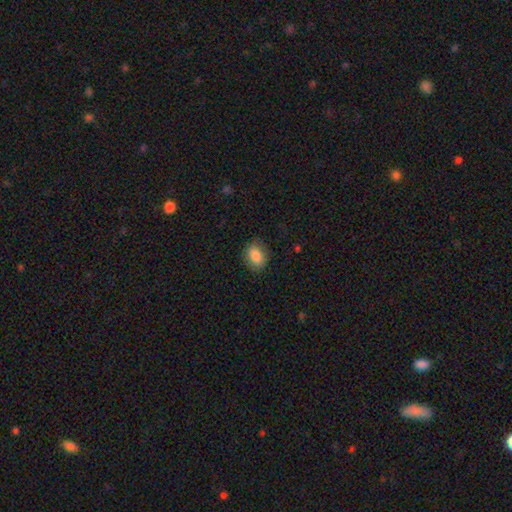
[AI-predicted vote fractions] Smooth or featured? smooth (87%)
How rounded? in between (71%)
Merging? none (83%)